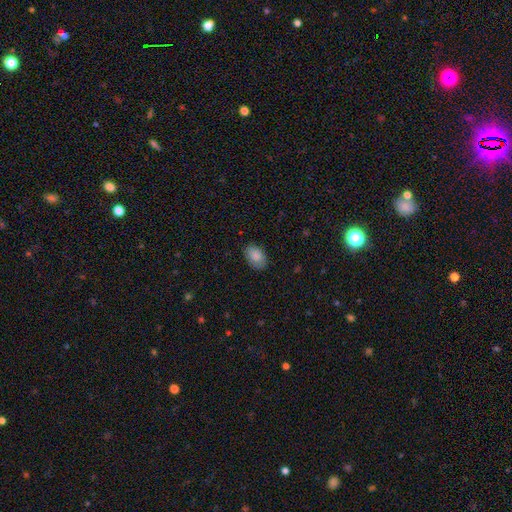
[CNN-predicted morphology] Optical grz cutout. It shows a smooth galaxy with no disk features (87%) that is in between round and cigar-shaped (87%). Merging: none (82%).